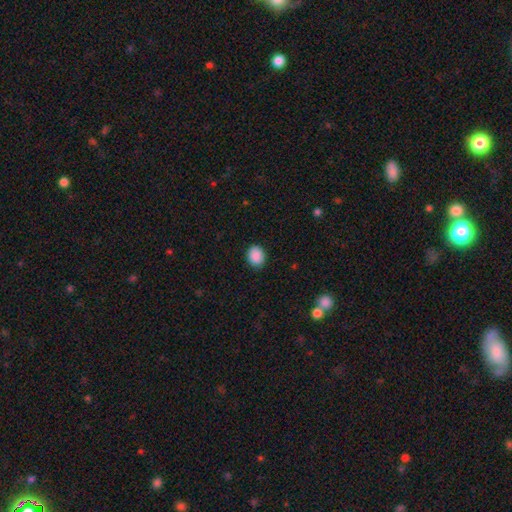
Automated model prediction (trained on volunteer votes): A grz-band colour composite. It shows a smooth galaxy with no disk features (90%) that is round (53%). Merging: none (89%).